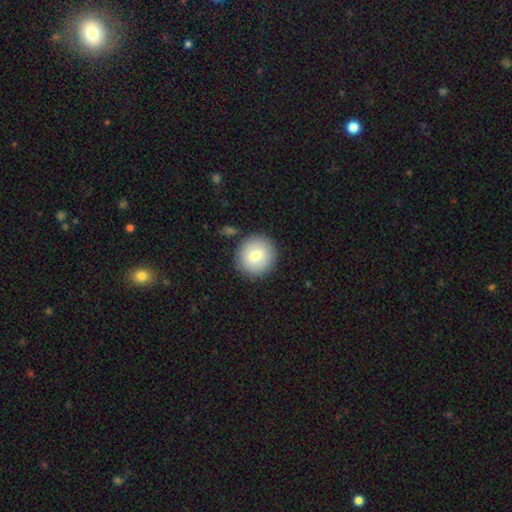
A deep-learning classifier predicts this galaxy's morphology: Smooth or featured? Predicted: smooth (p=0.75). How rounded? Predicted: round (p=0.92). Merging? Predicted: none (p=0.86).